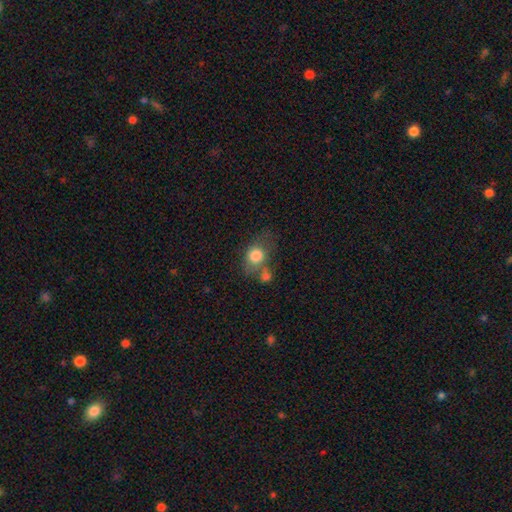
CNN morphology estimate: Q: Smooth or featured?
A: smooth (78%); runner-up: featured or disk (13%)
Q: How rounded?
A: round (60%); runner-up: in between (39%)
Q: Merging?
A: none (38%); runner-up: merger (32%)